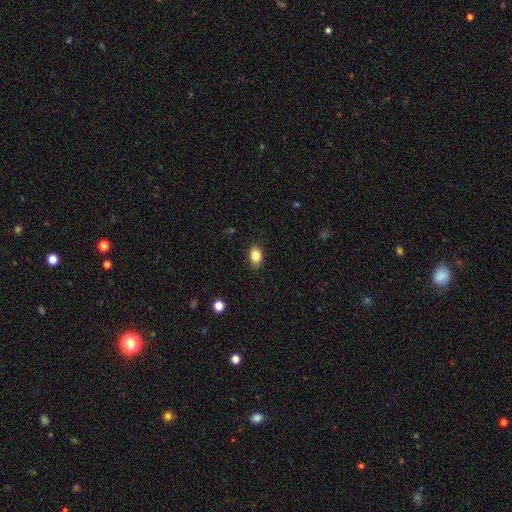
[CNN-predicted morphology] smooth 83%, star or artifact 9%, featured or disk 7%. Down the decision tree: how rounded — in between (75%); merging — none (86%).